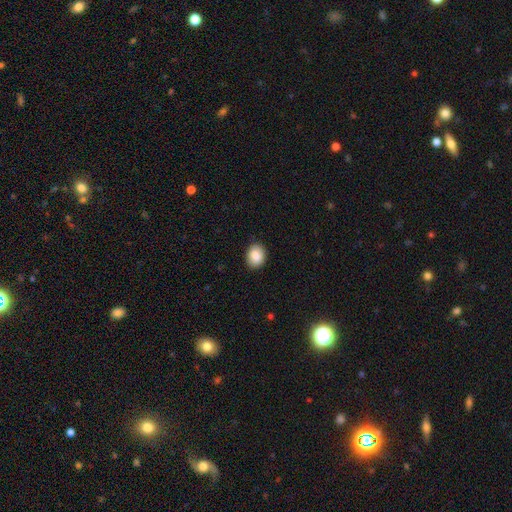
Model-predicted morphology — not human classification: Smooth or featured: smooth — 87% (star or artifact — 8%)
How rounded: in between — 62% (round — 37%)
Merging: none — 87% (minor disturbance — 10%)